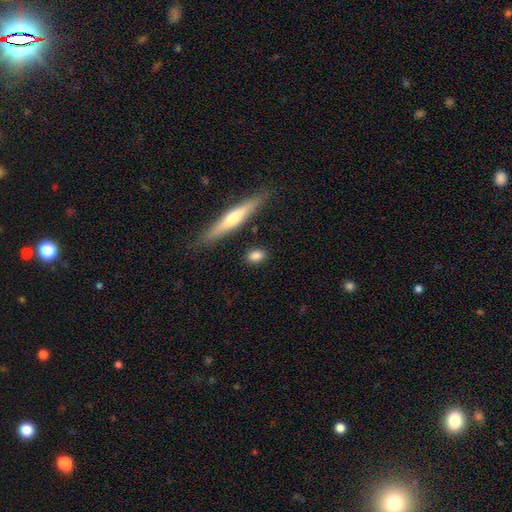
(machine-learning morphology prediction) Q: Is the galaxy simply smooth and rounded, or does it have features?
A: smooth — 81%.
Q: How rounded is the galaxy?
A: in between — 53%.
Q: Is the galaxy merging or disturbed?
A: none — 84%.